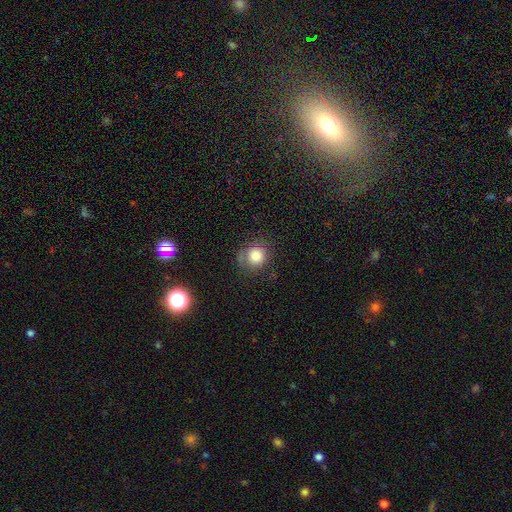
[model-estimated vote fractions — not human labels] Smooth or featured? smooth (79%)
How rounded? round (88%)
Merging? none (73%)